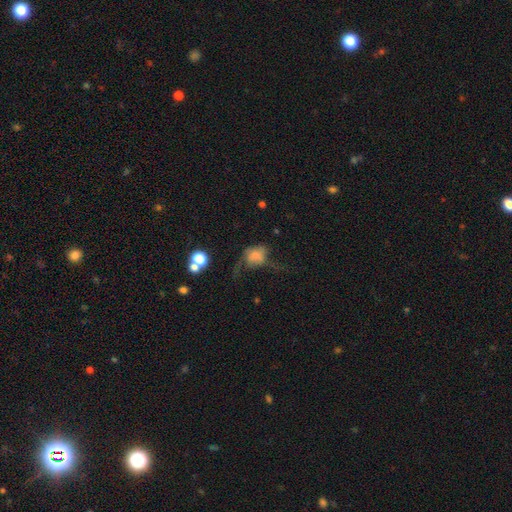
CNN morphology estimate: smooth-or-featured: smooth: 55% | featured or disk: 32% | star or artifact: 13%
  how-rounded: in between: 54% | round: 44% | cigar-shaped: 2%
  merging: major disturbance: 51% | none: 22% | minor disturbance: 20% | merger: 7%